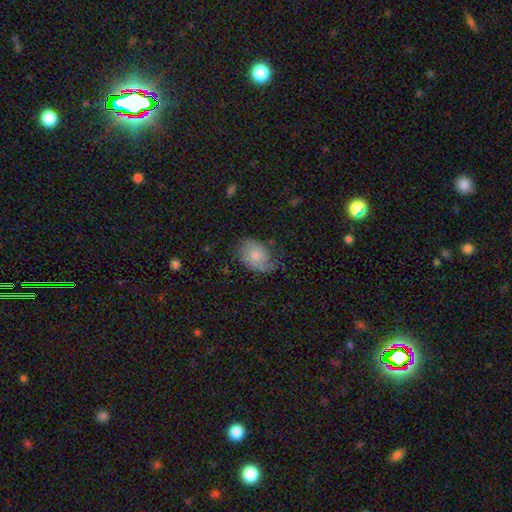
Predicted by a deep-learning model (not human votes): Overall: smooth (53%; featured or disk 39%). How rounded: in between (78%). Merging: none (47%; minor disturbance 33%).